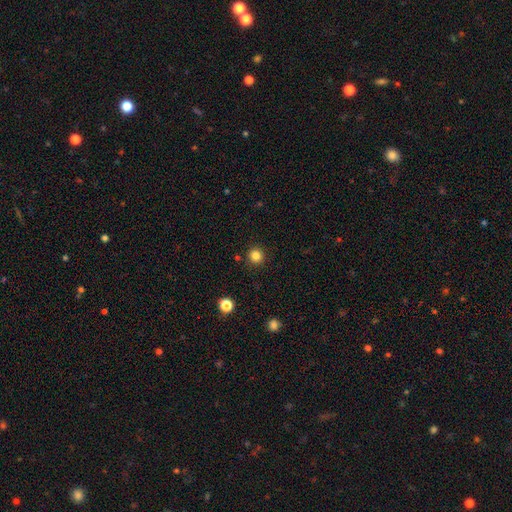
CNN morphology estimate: smooth 83%, star or artifact 13%, featured or disk 4%. Down the decision tree: how rounded — round (94%); merging — none (90%).